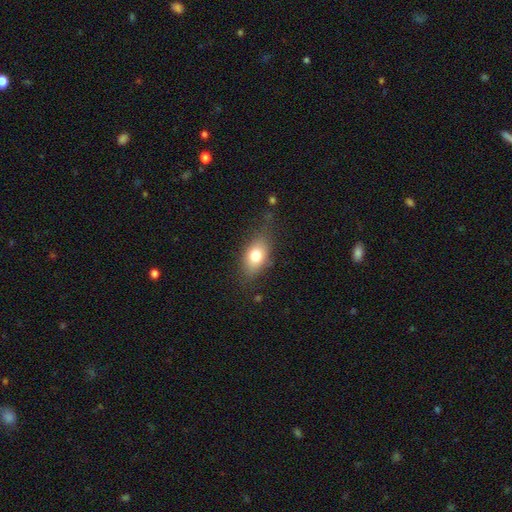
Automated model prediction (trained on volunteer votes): Smooth or featured?
  - smooth: 76% *
  - featured or disk: 16%
  - star or artifact: 9%
How rounded?
  - in between: 82% *
  - round: 13%
  - cigar-shaped: 5%
Merging?
  - none: 69% *
  - minor disturbance: 21%
  - major disturbance: 8%
  - merger: 2%